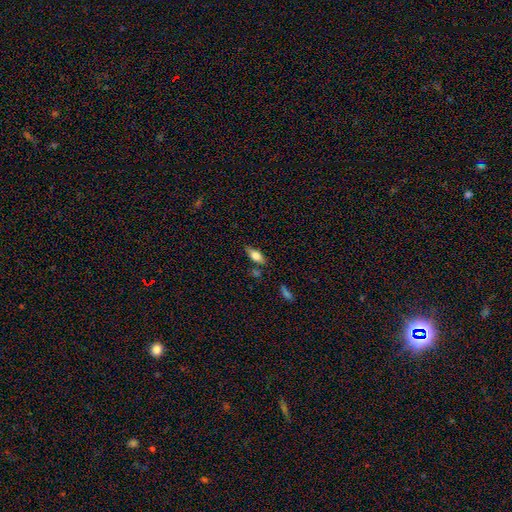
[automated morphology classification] Smooth or featured? Predicted: smooth (p=0.66). How rounded? Predicted: in between (p=0.77). Merging? Predicted: none (p=0.73).